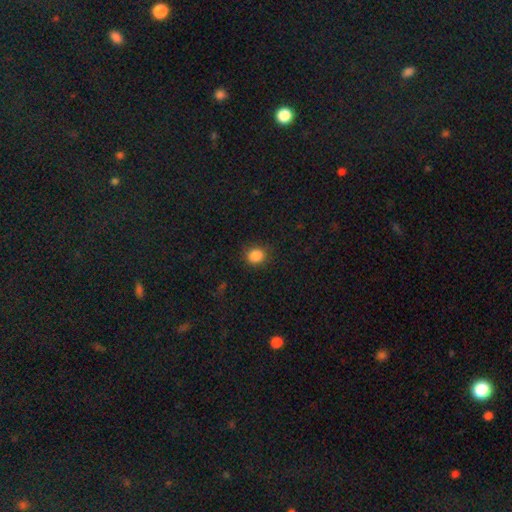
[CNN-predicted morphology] Smooth or featured?
  - smooth: 86% *
  - star or artifact: 10%
  - featured or disk: 4%
How rounded?
  - round: 79% *
  - in between: 20%
  - cigar-shaped: 1%
Merging?
  - none: 85% *
  - minor disturbance: 11%
  - major disturbance: 3%
  - merger: 1%